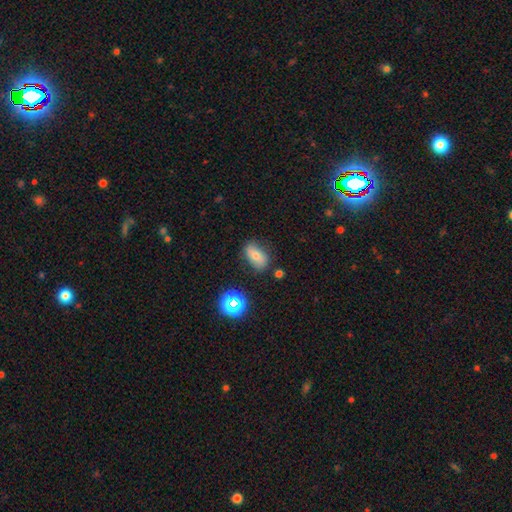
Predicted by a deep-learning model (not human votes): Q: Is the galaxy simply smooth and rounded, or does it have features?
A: smooth — 65%.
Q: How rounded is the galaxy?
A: in between — 84%.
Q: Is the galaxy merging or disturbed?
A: none — 75%.